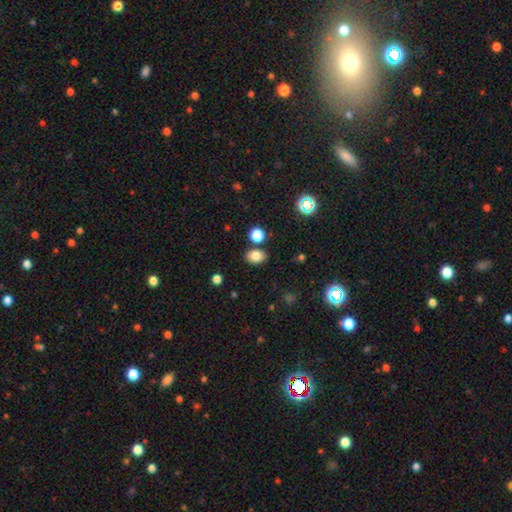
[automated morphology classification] A smooth galaxy with no disk features (81%) that is in between round and cigar-shaped (66%). Merging: none (79%).